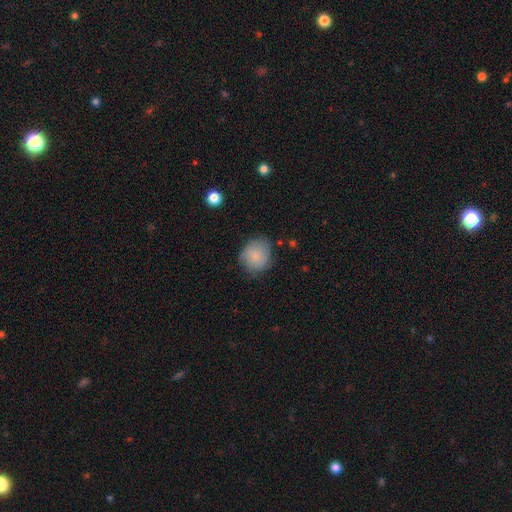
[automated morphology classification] The model was most divided on "merging": none: 68%, minor disturbance: 24%, major disturbance: 6%, merger: 2%. More confident: how rounded — round (80%); smooth or featured — smooth (78%).